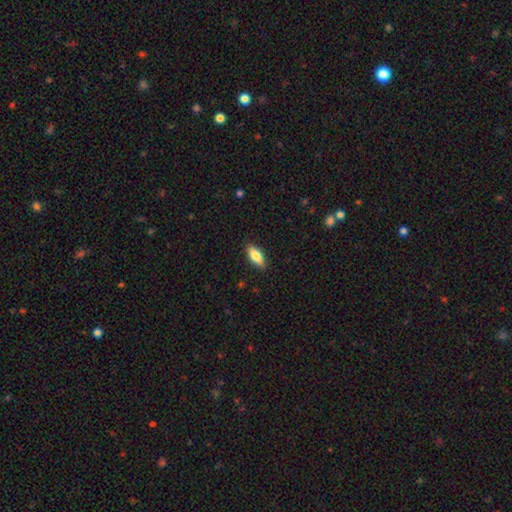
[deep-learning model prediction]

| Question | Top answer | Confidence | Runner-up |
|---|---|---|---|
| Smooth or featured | smooth | 81% | featured or disk (12%) |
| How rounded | in between | 81% | cigar-shaped (16%) |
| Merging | none | 87% | minor disturbance (10%) |